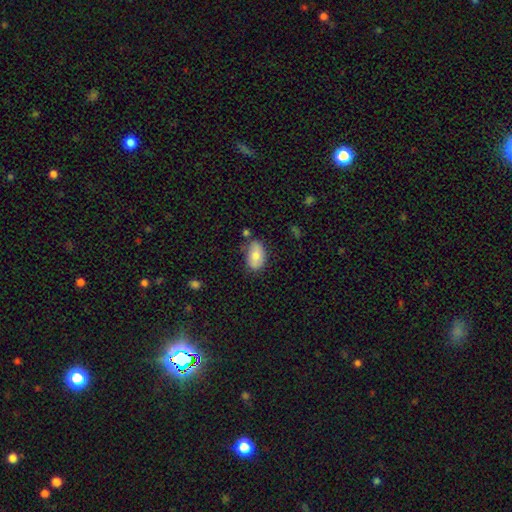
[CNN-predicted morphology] Overall: smooth (77%). How rounded: in between (91%). Merging: none (67%).